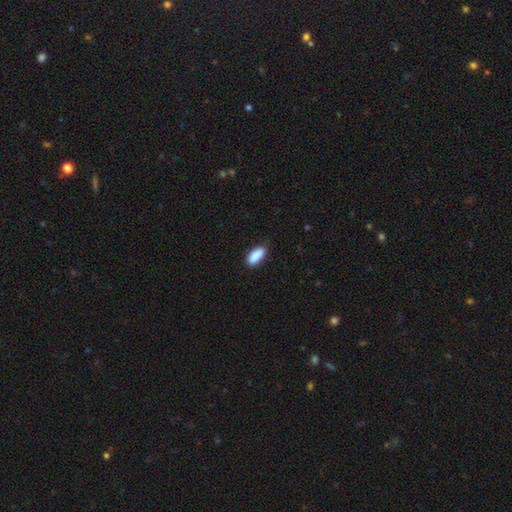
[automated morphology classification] smooth_or_featured: smooth (p=0.90) [alt: star or artifact p=0.07]
how_rounded: in between (p=0.86) [alt: cigar-shaped p=0.12]
merging: none (p=0.82) [alt: minor disturbance p=0.14]